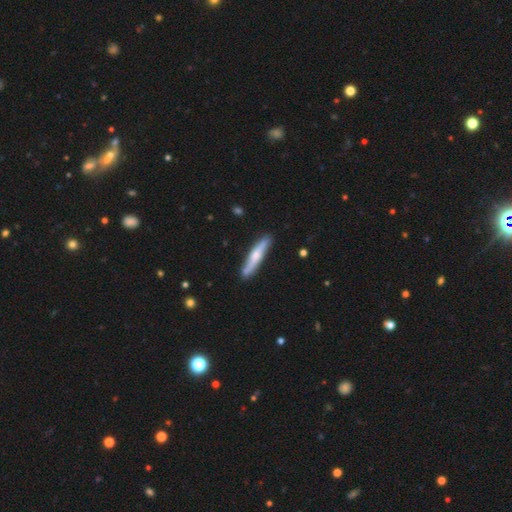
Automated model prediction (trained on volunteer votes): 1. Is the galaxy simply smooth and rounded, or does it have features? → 50% smooth, 45% featured or disk, 5% star or artifact.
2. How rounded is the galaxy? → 91% cigar-shaped, 7% in between, 1% round.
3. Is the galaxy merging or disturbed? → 85% none, 11% minor disturbance, 2% merger, 2% major disturbance.